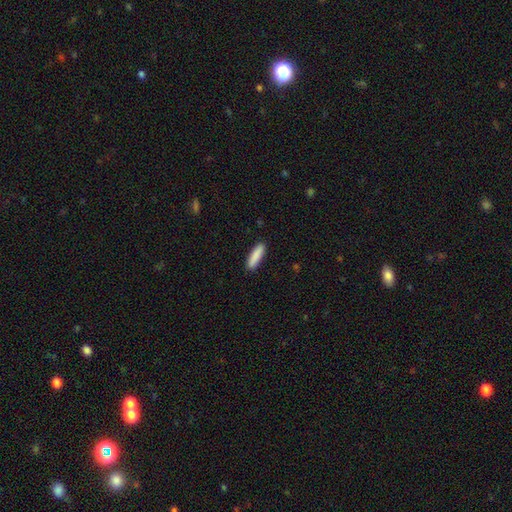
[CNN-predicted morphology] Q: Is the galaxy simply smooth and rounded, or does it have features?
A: smooth — 89%.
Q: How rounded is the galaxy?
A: cigar-shaped — 69%.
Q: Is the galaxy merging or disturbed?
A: none — 90%.